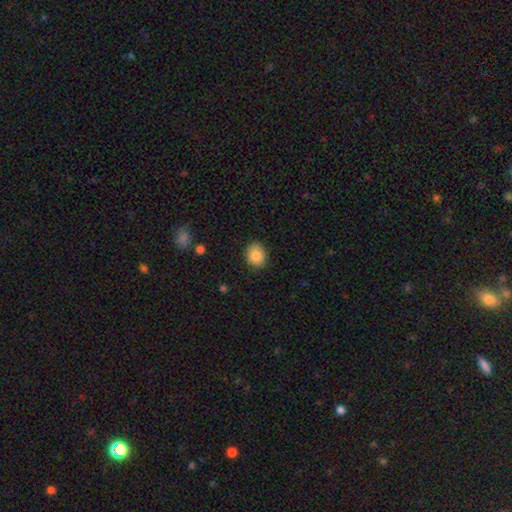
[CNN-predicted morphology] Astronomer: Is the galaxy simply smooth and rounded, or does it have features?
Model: smooth — 85%.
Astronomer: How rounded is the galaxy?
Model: round — 56% (runner-up: in between, 43%).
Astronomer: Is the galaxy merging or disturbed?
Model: none — 86%.